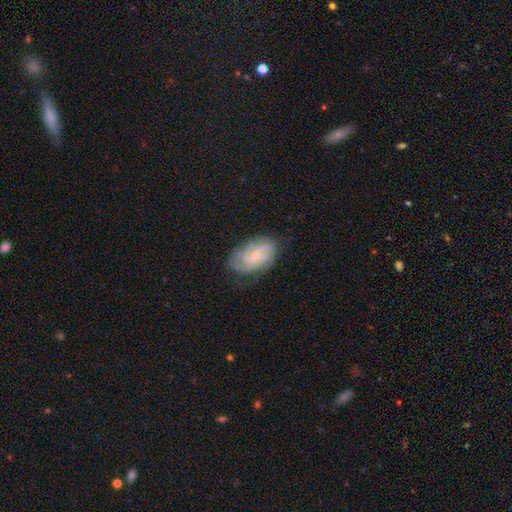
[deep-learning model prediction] This is likely a featured or disk galaxy (78%). It is clearly not viewed edge-on (96%). Bar: likely no (61%). Spiral arm pattern: clearly yes (94%). Spiral arm count: marginally 3 (28%, tied with 2). Spiral winding: possibly tight (49%). Central bulge: likely small (66%). Merging: likely none (71%).